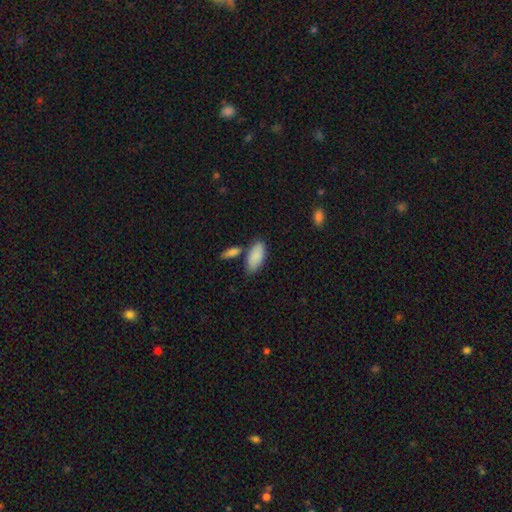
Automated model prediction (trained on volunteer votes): Q: Smooth or featured?
A: smooth (87%); runner-up: featured or disk (7%)
Q: How rounded?
A: in between (90%); runner-up: cigar-shaped (8%)
Q: Merging?
A: none (66%); runner-up: merger (16%)